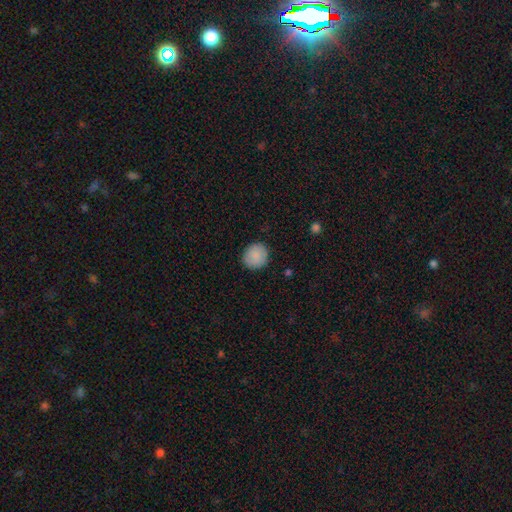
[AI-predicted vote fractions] A smooth galaxy with no disk features (87%) that is round (89%).

Vote fractions:
- Smooth or featured? smooth: 87% / star or artifact: 7% / featured or disk: 6%
- How rounded? round: 89% / in between: 10% / cigar-shaped: 1%
- Merging? none: 88% / minor disturbance: 9% / major disturbance: 2% / merger: 1%